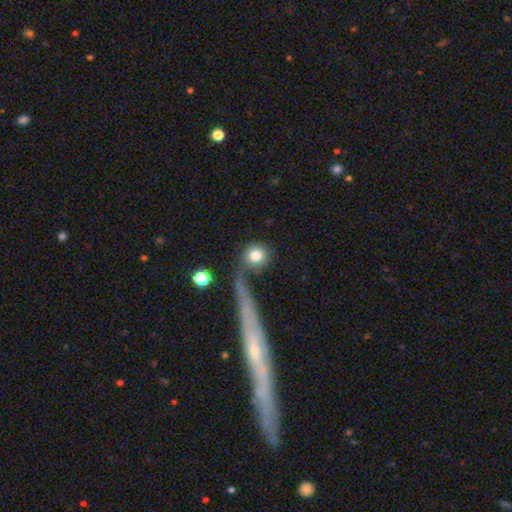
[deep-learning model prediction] Morphology: type=smooth (79%); roundness=round (89%); merging=none (60%).